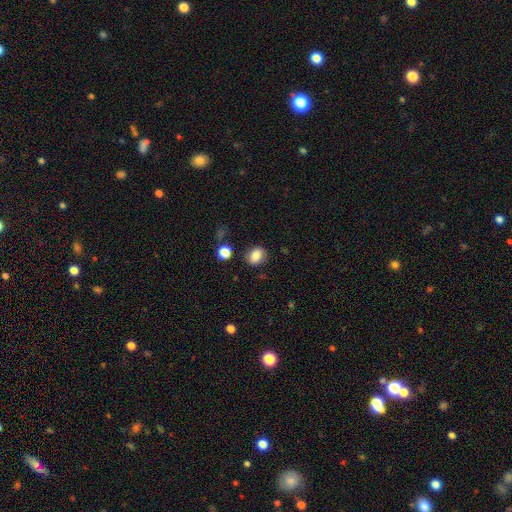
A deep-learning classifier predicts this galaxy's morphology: A smooth galaxy with no disk features (83%) that is round (51%). Merging: none (82%).